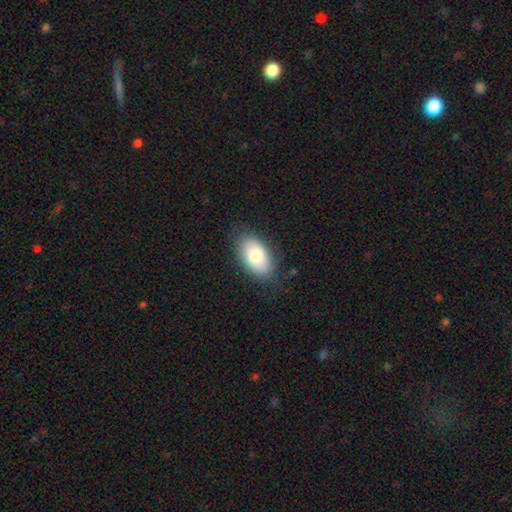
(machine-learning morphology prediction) A smooth galaxy with no disk features (78%) that is in between round and cigar-shaped (93%). Merging: none (79%).